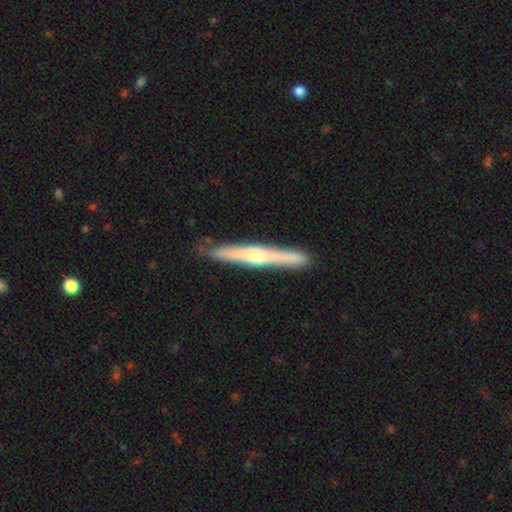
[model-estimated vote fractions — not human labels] Smooth or featured?
  - featured or disk: 63% *
  - smooth: 32%
  - star or artifact: 5%
Edge-on disk?
  - yes: 97% *
  - no: 3%
Edge-on bulge?
  - rounded: 71% *
  - none: 19%
  - boxy: 10%
Merging?
  - none: 86% *
  - minor disturbance: 10%
  - major disturbance: 2%
  - merger: 2%